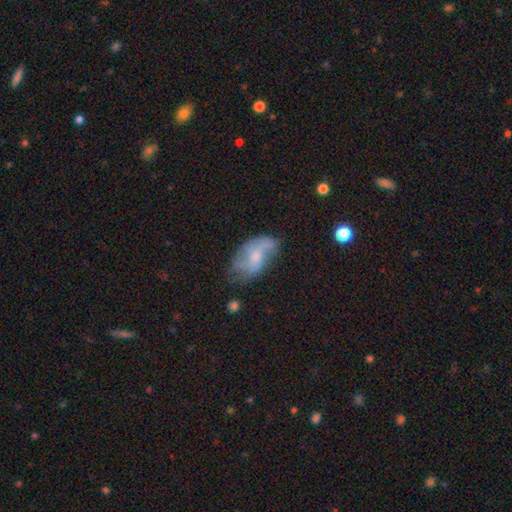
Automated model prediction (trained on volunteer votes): Morphology: type=featured or disk (59%); edge-on=no (95%); bar=no (63%); spiral arms=yes (76%); bulge=small (44%); merging=none (47%).